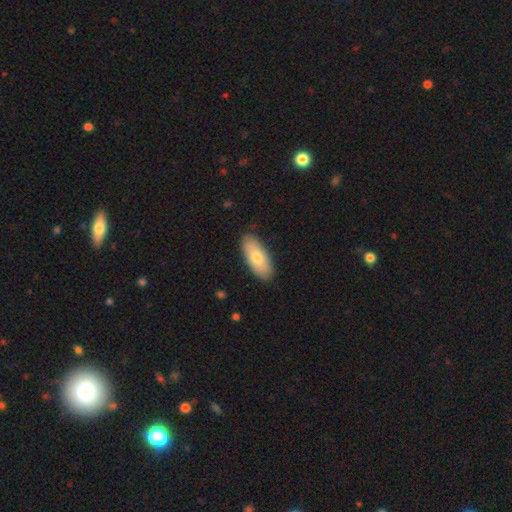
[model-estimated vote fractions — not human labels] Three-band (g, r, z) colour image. It shows a smooth galaxy with no disk features (72%) that is in between round and cigar-shaped (87%). Merging: none (88%).